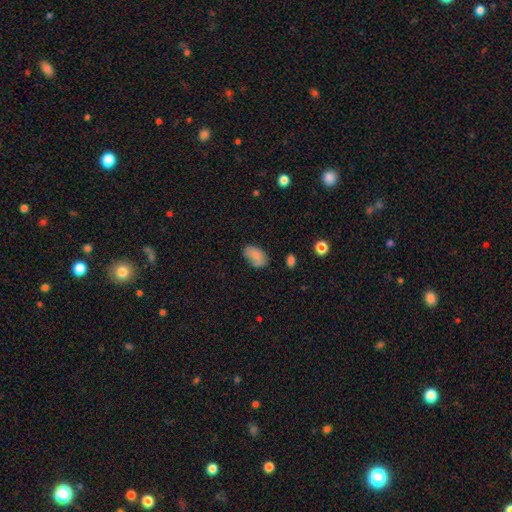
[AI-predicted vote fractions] Overall: smooth (81%). How rounded: in between (92%). Merging: none (66%).